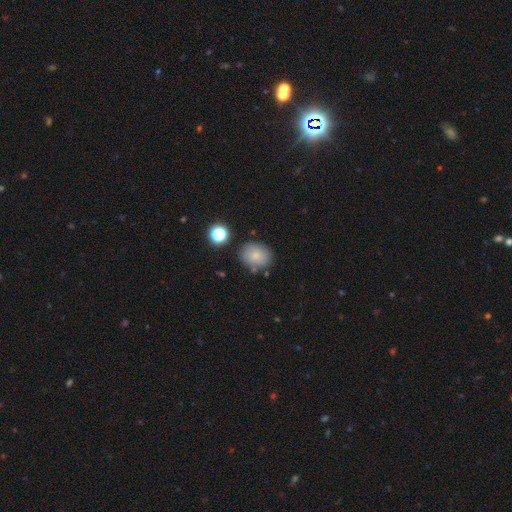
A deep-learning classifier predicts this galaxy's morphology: The model was most divided on "how rounded": round: 53%, in between: 46%, cigar-shaped: 1%. More confident: smooth or featured — smooth (80%); merging — none (78%).